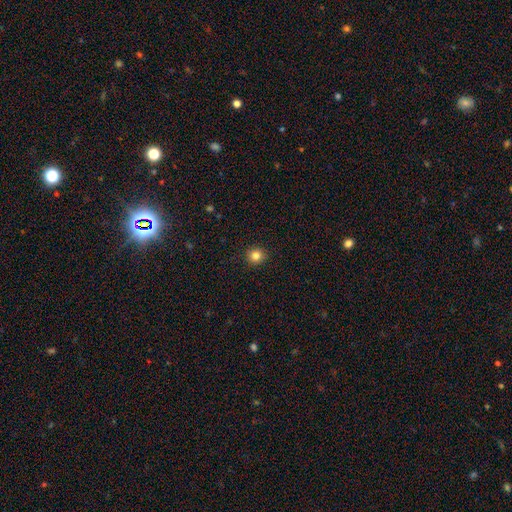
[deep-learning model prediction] A smooth galaxy with no disk features (83%) that is round (91%). Merging: none (92%).